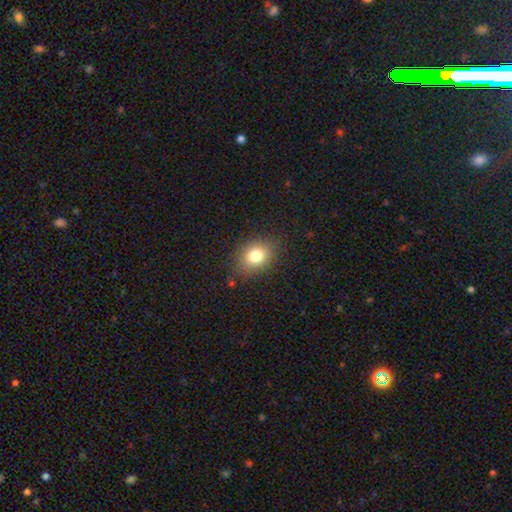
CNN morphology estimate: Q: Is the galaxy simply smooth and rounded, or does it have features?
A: smooth — 79%.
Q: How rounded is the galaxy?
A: in between — 60%.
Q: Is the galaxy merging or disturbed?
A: none — 83%.